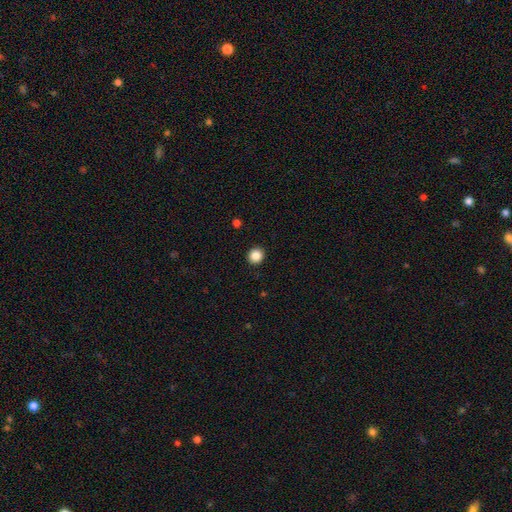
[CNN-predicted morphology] This appears to be a smooth galaxy with no disk features (86%) that is round (90%). Merging: none (93%).